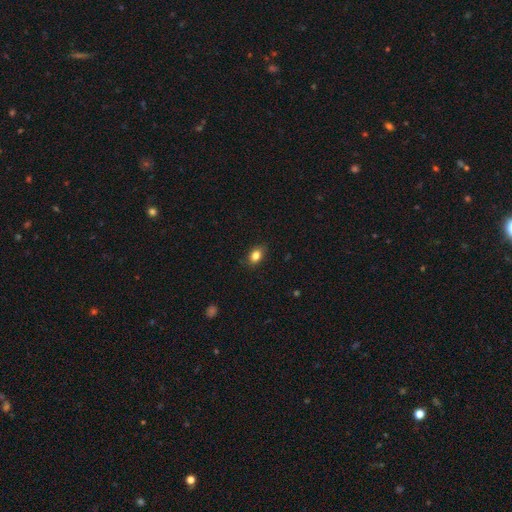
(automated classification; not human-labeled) Overall: smooth (83%). How rounded: in between (73%). Merging: none (84%).